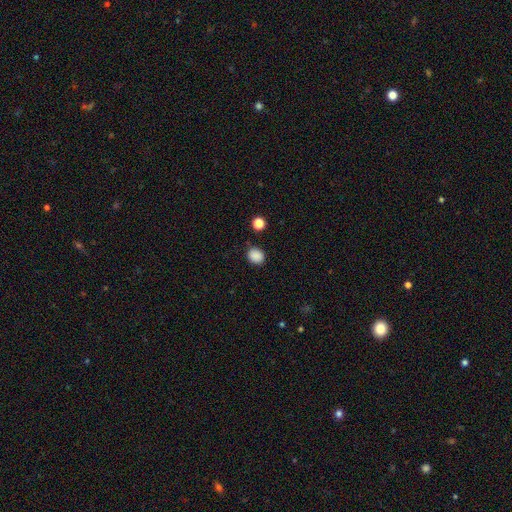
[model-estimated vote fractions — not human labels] Morphology: type=smooth (87%); roundness=round (63%); merging=none (85%).